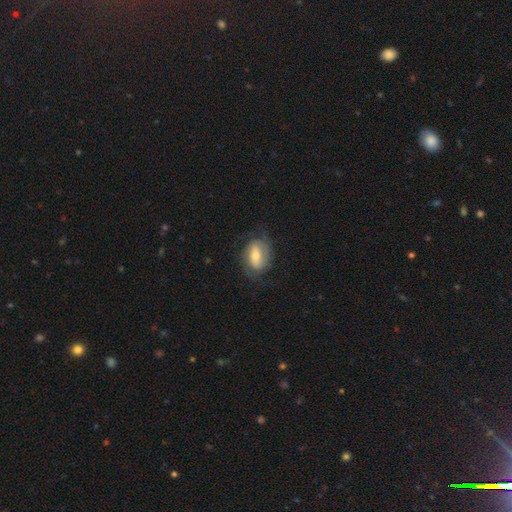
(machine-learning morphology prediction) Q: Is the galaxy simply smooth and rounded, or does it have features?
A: featured or disk — 53%.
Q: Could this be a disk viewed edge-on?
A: no — 94%.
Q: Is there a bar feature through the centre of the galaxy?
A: weak — 42%.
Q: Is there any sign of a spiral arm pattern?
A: yes — 74%.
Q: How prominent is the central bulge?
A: moderate — 58%.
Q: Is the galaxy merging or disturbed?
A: none — 68%.